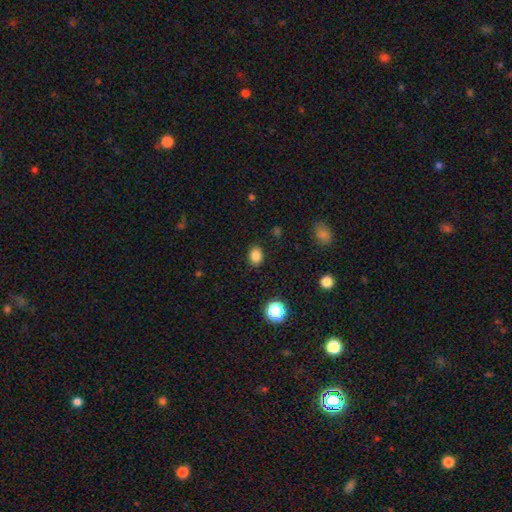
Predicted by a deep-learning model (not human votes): A smooth galaxy with no disk features (84%) that is in between round and cigar-shaped (61%).

Vote fractions:
- Smooth or featured? smooth: 84% / star or artifact: 12% / featured or disk: 5%
- How rounded? in between: 61% / round: 38% / cigar-shaped: 1%
- Merging? none: 88% / minor disturbance: 8% / major disturbance: 2% / merger: 1%